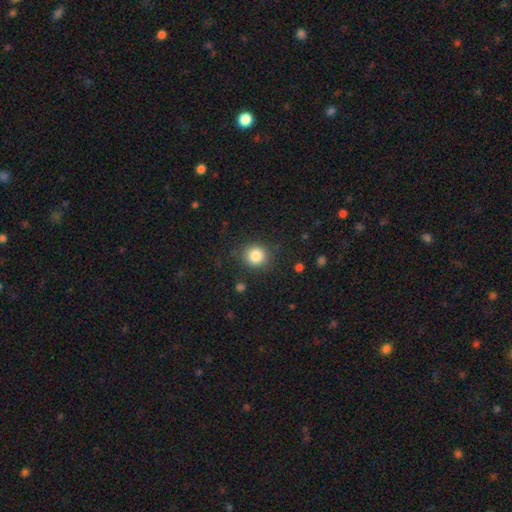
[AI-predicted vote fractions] smooth_or_featured: smooth (p=0.84) [alt: star or artifact p=0.11]
how_rounded: round (p=0.90) [alt: in between p=0.09]
merging: none (p=0.87) [alt: minor disturbance p=0.08]